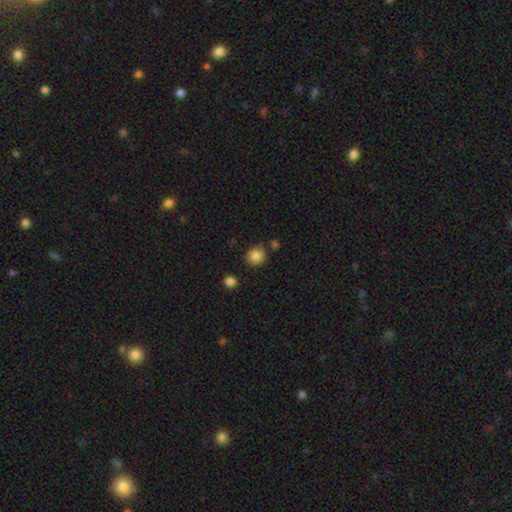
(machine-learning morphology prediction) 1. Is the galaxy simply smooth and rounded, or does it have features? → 85% smooth, 10% star or artifact, 5% featured or disk.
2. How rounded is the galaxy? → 77% round, 22% in between, 1% cigar-shaped.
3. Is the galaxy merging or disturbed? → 80% none, 12% minor disturbance, 5% merger, 3% major disturbance.